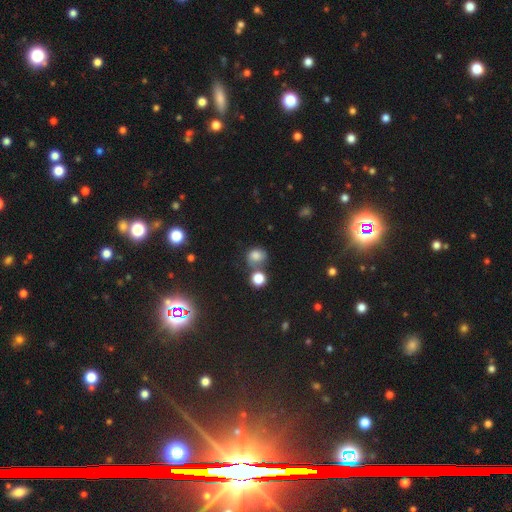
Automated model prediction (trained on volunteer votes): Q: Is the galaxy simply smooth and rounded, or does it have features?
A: smooth — 74%.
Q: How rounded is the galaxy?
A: round — 65%.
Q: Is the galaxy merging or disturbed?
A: none — 50%.